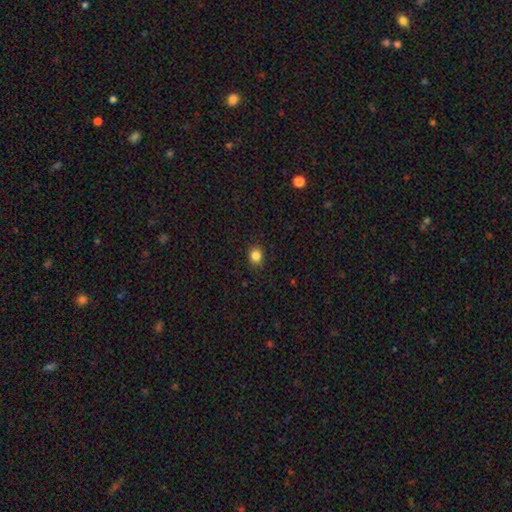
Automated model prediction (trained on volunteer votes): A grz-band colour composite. It shows a smooth galaxy with no disk features (84%) that is round (73%). Merging: none (89%).